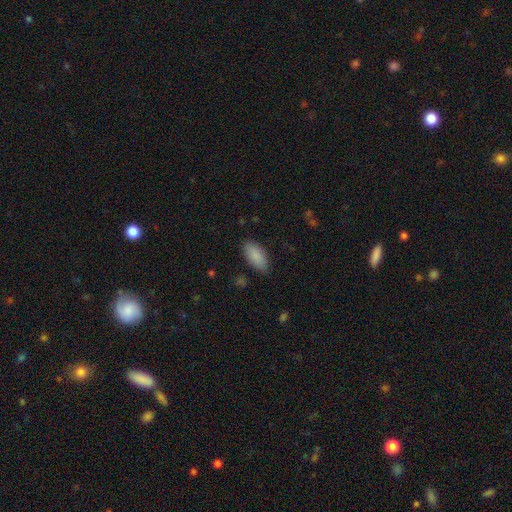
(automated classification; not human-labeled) Smooth or featured: smooth — 88% (star or artifact — 6%)
How rounded: in between — 91% (cigar-shaped — 8%)
Merging: none — 85% (minor disturbance — 12%)